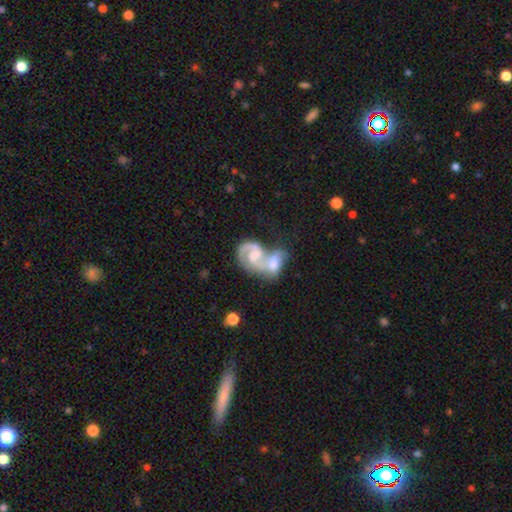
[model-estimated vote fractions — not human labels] Smooth or featured?
  - featured or disk: 82% *
  - smooth: 13%
  - star or artifact: 6%
Edge-on disk?
  - no: 98% *
  - yes: 2%
Bar?
  - no: 45% *
  - weak: 41%
  - strong: 14%
Spiral arms?
  - yes: 93% *
  - no: 7%
Spiral winding?
  - medium: 52% *
  - loose: 24%
  - tight: 23%
Spiral arm count?
  - 2: 82% *
  - 1: 9%
  - can't tell: 5%
  - 3: 2%
  - 4: 1%
  - more than 4: 1%
Bulge size?
  - moderate: 34% *
  - small: 33%
  - none: 23%
  - large: 7%
  - dominant: 2%
Merging?
  - merger: 75% *
  - none: 12%
  - major disturbance: 7%
  - minor disturbance: 6%